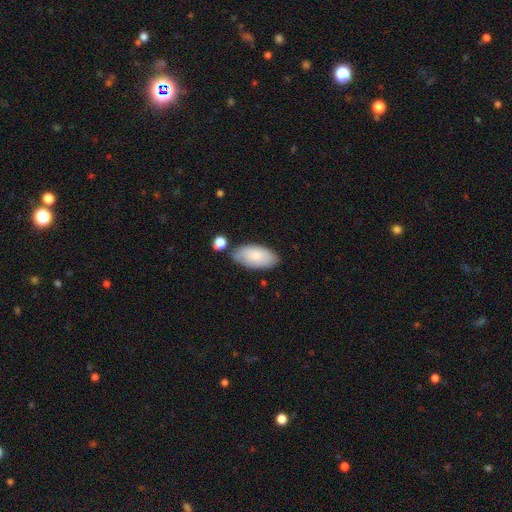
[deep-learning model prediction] Q: Smooth or featured?
A: smooth (80%); runner-up: featured or disk (14%)
Q: How rounded?
A: in between (94%); runner-up: cigar-shaped (4%)
Q: Merging?
A: none (70%); runner-up: minor disturbance (19%)